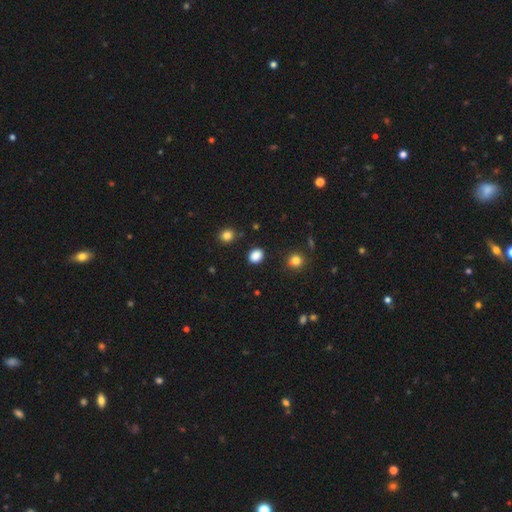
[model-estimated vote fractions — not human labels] A smooth galaxy with no disk features (86%) that is round (52%).

Vote fractions:
- Smooth or featured? smooth: 86% / star or artifact: 11% / featured or disk: 3%
- How rounded? round: 52% / in between: 47% / cigar-shaped: 1%
- Merging? none: 88% / minor disturbance: 8% / major disturbance: 2% / merger: 2%